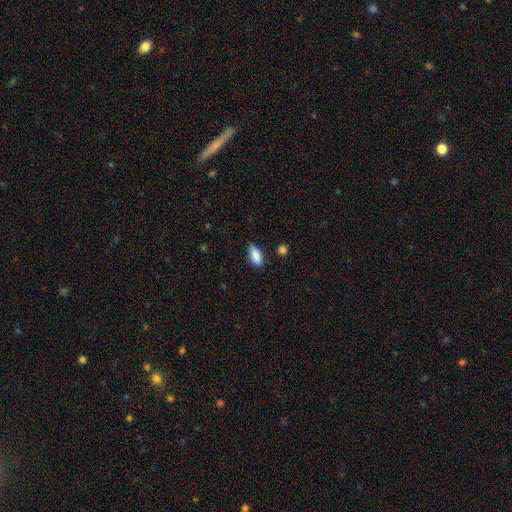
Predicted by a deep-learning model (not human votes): smooth 86%, star or artifact 7%, featured or disk 7%. Down the decision tree: how rounded — in between (82%); merging — none (73%).